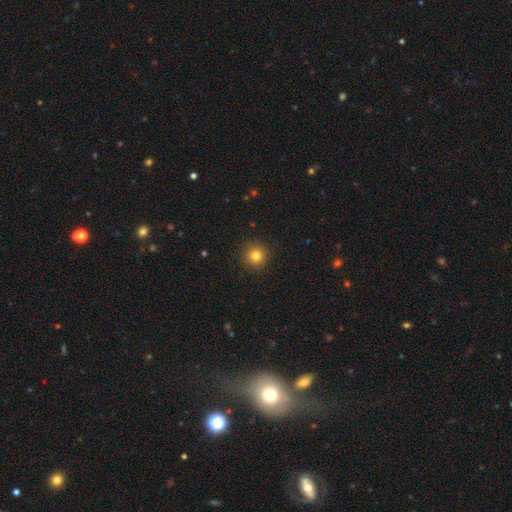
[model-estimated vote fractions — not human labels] Smooth or featured: smooth — 81% (star or artifact — 13%)
How rounded: round — 94% (in between — 5%)
Merging: none — 91% (minor disturbance — 6%)